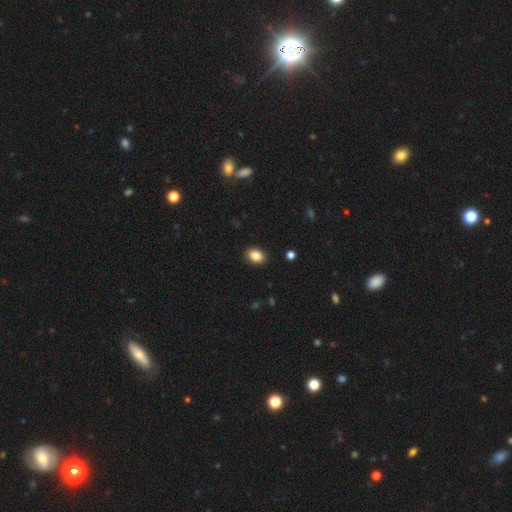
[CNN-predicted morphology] Smooth or featured: smooth — 86% (star or artifact — 9%)
How rounded: in between — 78% (round — 21%)
Merging: none — 88% (minor disturbance — 9%)